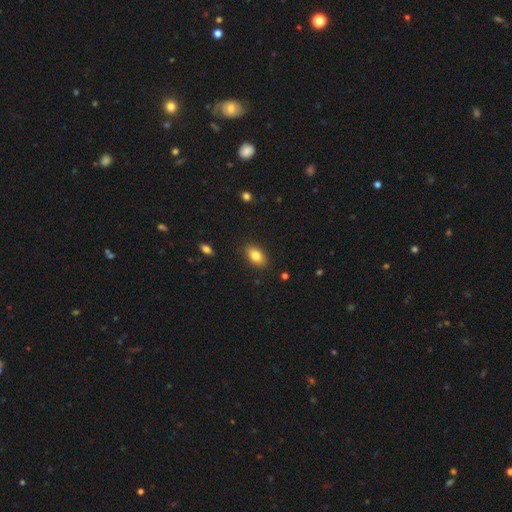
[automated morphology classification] A smooth galaxy with no disk features (82%) that is in between round and cigar-shaped (89%). Merging: none (87%).